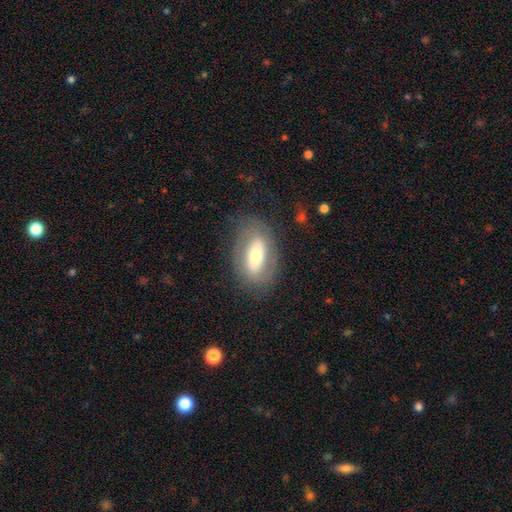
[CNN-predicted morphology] Smooth or featured: featured or disk — 52% (smooth — 41%)
Edge-on disk: no — 87% (yes — 13%)
Merging: none — 75% (minor disturbance — 15%)